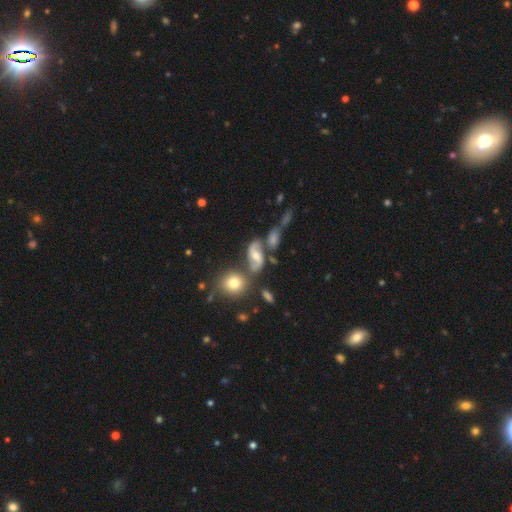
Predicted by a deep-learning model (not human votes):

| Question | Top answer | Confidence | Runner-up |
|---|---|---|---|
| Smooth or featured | featured or disk | 66% | smooth (24%) |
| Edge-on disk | no | 95% | yes (5%) |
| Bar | no | 41% | tied: weak (41%) |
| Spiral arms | yes | 89% | no (11%) |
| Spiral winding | loose | 50% | medium (37%) |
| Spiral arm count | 2 | 90% | can't tell (4%) |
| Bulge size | moderate | 63% | small (26%) |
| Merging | none | 57% | merger (18%) |